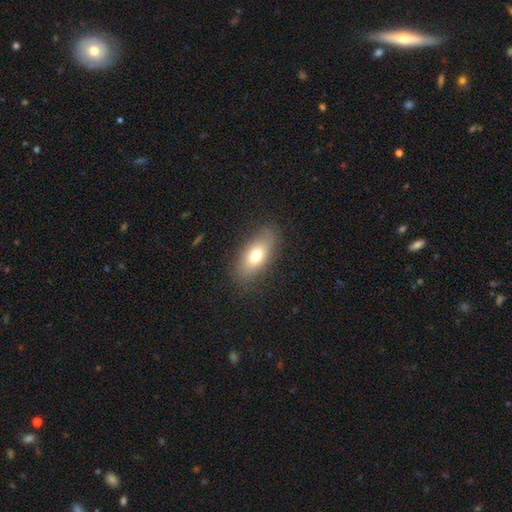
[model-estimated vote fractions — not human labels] smooth_or_featured: smooth (p=0.72) [alt: featured or disk p=0.20]
how_rounded: in between (p=0.83) [alt: cigar-shaped p=0.12]
merging: none (p=0.84) [alt: minor disturbance p=0.12]